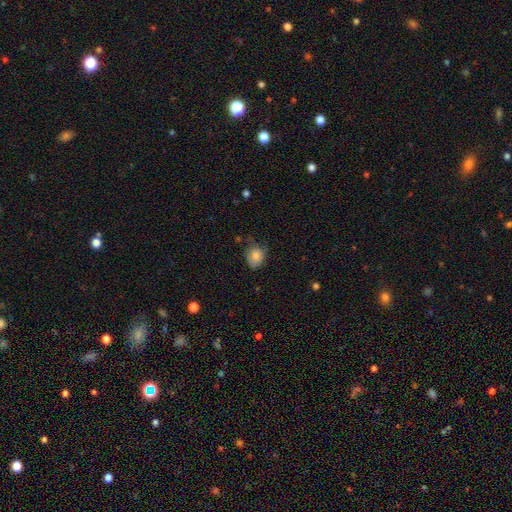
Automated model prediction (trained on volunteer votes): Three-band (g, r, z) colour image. It shows a smooth galaxy with no disk features (77%) that is round (50%). Merging: none (54%).